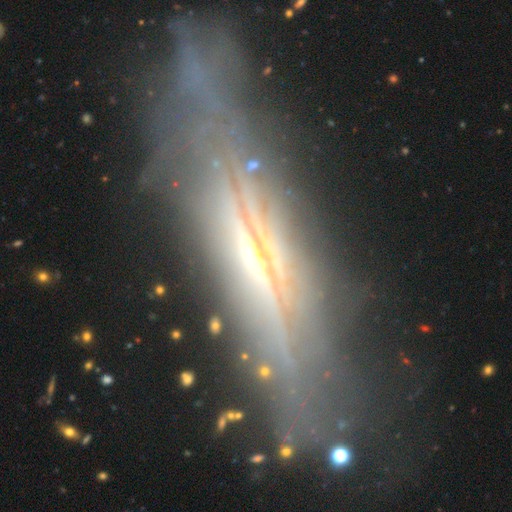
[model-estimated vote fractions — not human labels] Smooth or featured?
  - featured or disk: 69% *
  - smooth: 19%
  - star or artifact: 12%
Edge-on disk?
  - yes: 65% *
  - no: 35%
Merging?
  - none: 74% *
  - minor disturbance: 17%
  - major disturbance: 7%
  - merger: 2%